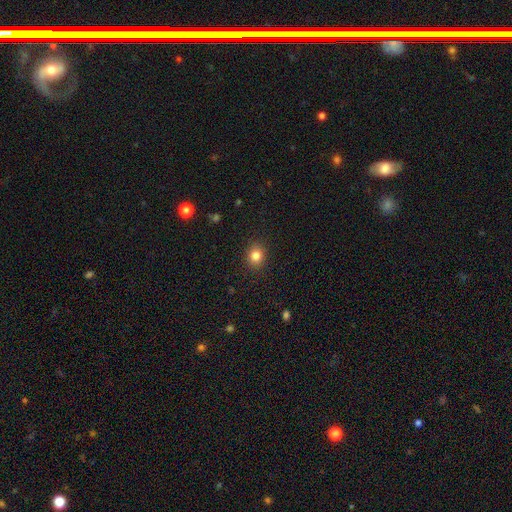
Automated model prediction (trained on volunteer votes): Q: Smooth or featured?
A: smooth (84%); runner-up: star or artifact (11%)
Q: How rounded?
A: round (70%); runner-up: in between (29%)
Q: Merging?
A: none (89%); runner-up: minor disturbance (7%)